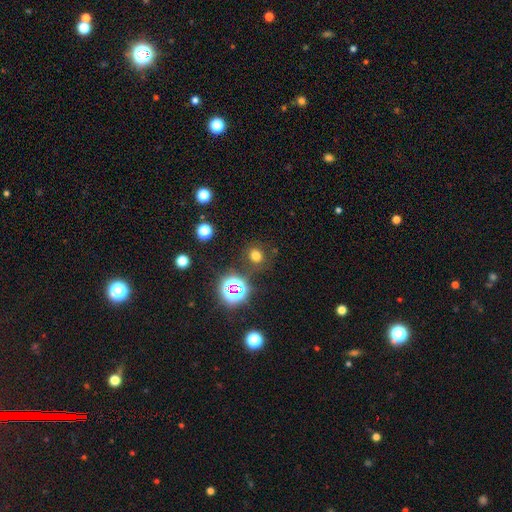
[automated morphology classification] type=smooth (65%); roundness=round (77%); merging=none (83%).